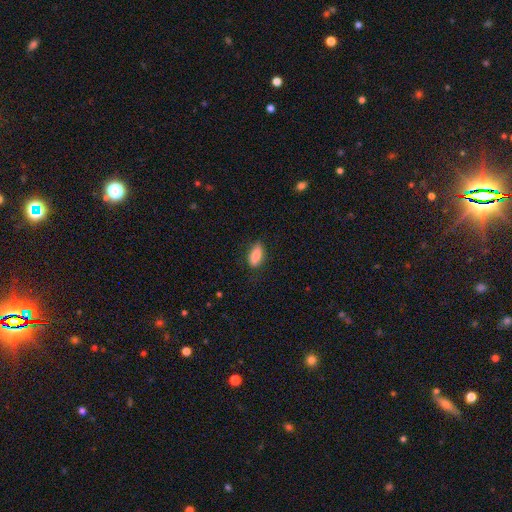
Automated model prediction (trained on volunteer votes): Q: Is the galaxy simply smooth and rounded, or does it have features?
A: smooth — 85%.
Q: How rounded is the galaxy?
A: in between — 83%.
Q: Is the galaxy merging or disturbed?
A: none — 77%.